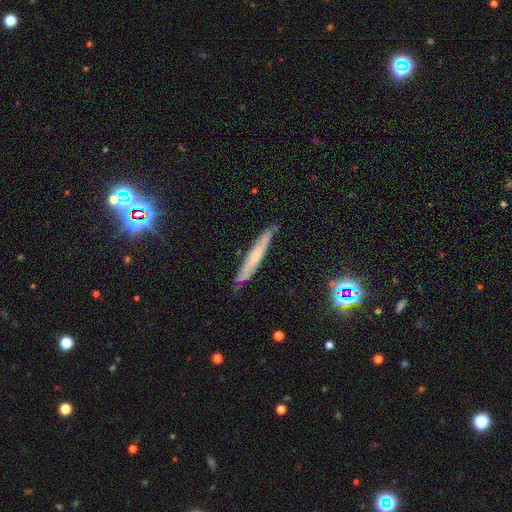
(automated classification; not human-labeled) Q: Smooth or featured?
A: smooth (47%); runner-up: featured or disk (43%)
Q: Merging?
A: none (81%); runner-up: minor disturbance (15%)